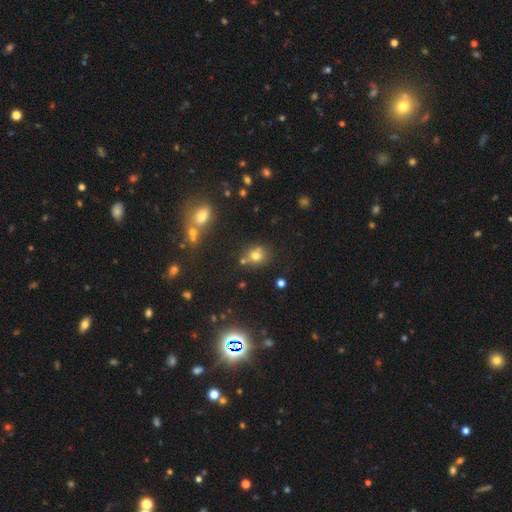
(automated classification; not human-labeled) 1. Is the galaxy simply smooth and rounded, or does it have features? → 66% smooth, 21% star or artifact, 13% featured or disk.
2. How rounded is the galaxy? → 72% round, 26% in between, 1% cigar-shaped.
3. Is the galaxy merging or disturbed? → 63% none, 19% merger, 14% minor disturbance, 5% major disturbance.